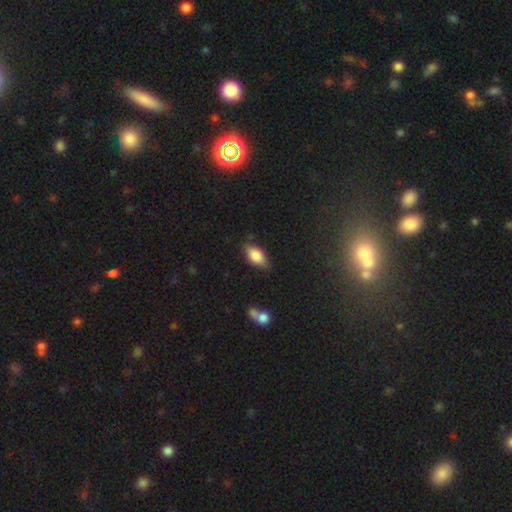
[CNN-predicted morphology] The model was most divided on "merging": none: 75%, minor disturbance: 19%, major disturbance: 4%, merger: 3%. More confident: how rounded — in between (88%); smooth or featured — smooth (78%).